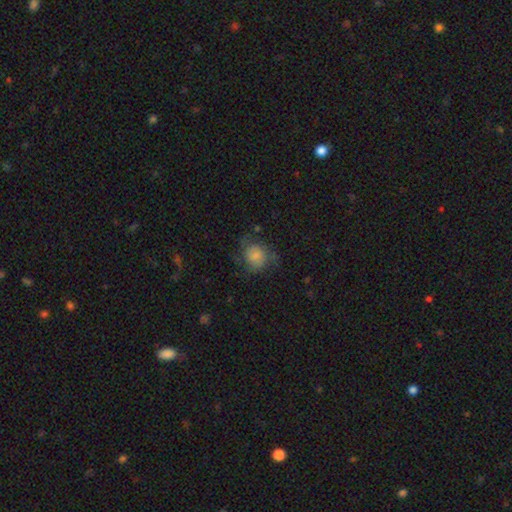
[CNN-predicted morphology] smooth 49%, featured or disk 42%, star or artifact 9%. Down the decision tree: merging — none (53%).